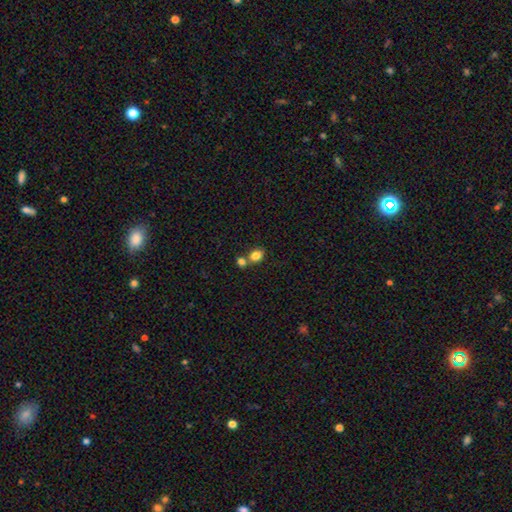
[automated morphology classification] smooth_or_featured: smooth (p=0.82) [alt: star or artifact p=0.10]
how_rounded: in between (p=0.62) [alt: round p=0.36]
merging: none (p=0.48) [alt: merger p=0.40]